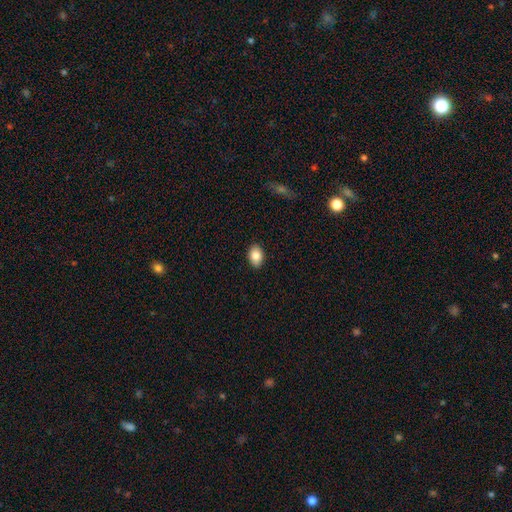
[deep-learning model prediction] Smooth or featured? smooth (86%)
How rounded? in between (83%)
Merging? none (89%)